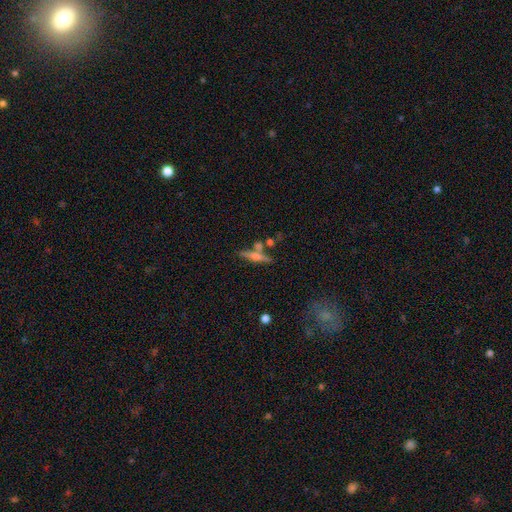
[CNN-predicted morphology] A featured or disk galaxy (60%) viewed edge-on (94%) with a rounded central bulge (85%). Merging: none (68%).